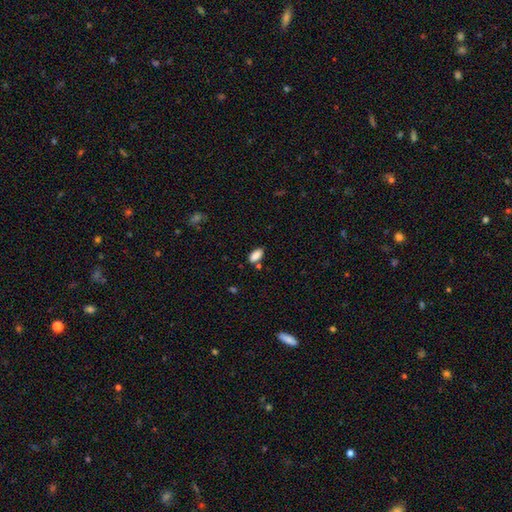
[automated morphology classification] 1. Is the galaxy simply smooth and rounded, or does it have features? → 87% smooth, 9% star or artifact, 4% featured or disk.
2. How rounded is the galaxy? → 91% in between, 6% cigar-shaped, 3% round.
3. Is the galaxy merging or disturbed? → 76% none, 13% minor disturbance, 8% merger, 3% major disturbance.